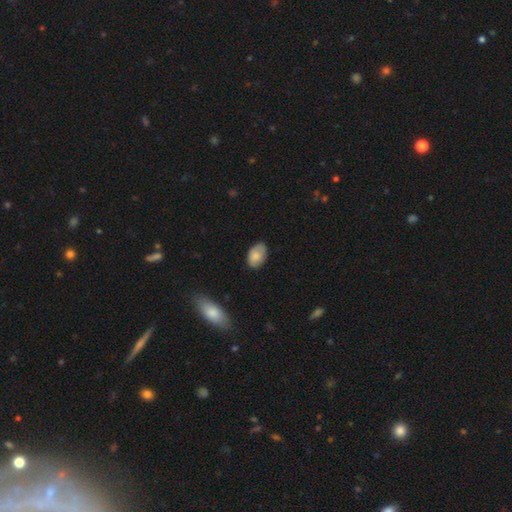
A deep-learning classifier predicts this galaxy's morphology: Overall: smooth (80%). How rounded: in between (90%). Merging: none (75%).